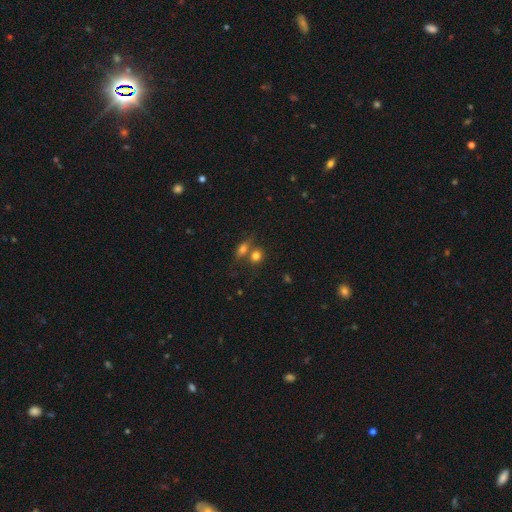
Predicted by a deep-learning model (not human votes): A smooth galaxy with no disk features (78%) that is round (58%). Merging: none (44%).